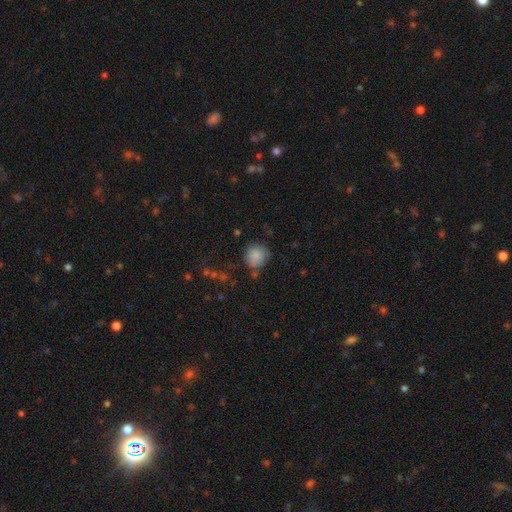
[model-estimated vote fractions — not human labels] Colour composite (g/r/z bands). It shows a smooth galaxy with no disk features (84%) that is round (86%). Merging: none (66%).